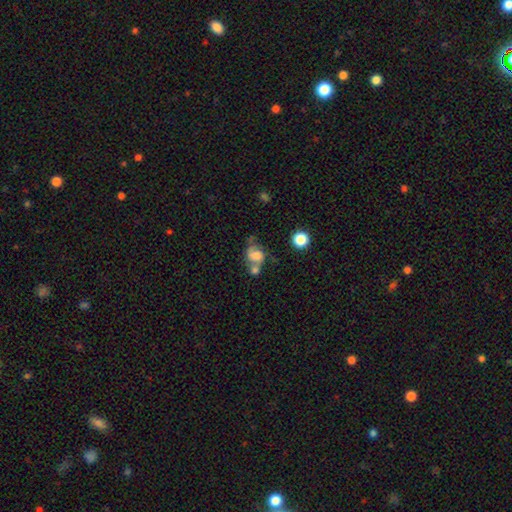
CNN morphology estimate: The model was most divided on "how rounded": round: 53%, in between: 45%, cigar-shaped: 1%. Remaining: smooth or featured — smooth (56%); merging — merger (41%).